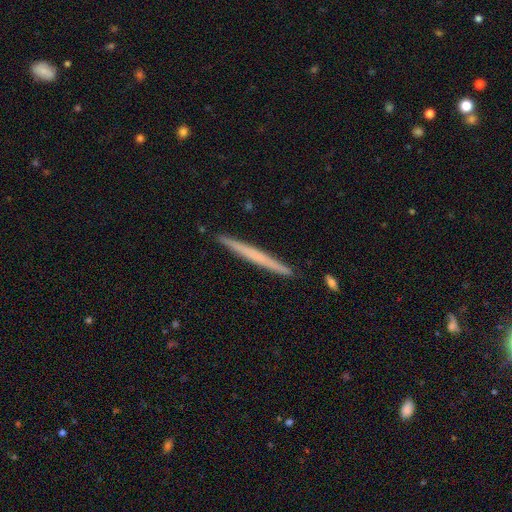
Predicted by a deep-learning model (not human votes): Overall: smooth (50%; featured or disk 44%). How rounded: cigar-shaped (97%). Merging: none (92%).